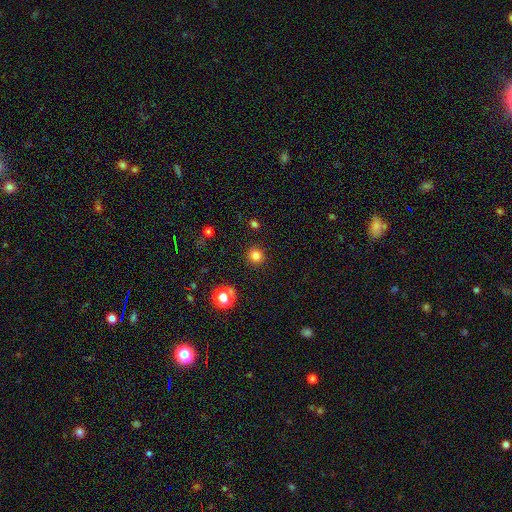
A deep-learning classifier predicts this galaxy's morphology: Smooth or featured? smooth (81%)
How rounded? round (94%)
Merging? none (91%)